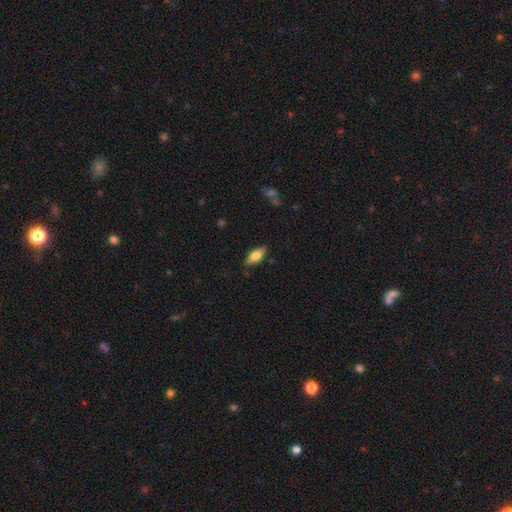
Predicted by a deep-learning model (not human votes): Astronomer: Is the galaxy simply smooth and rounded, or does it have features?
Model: smooth — 67%.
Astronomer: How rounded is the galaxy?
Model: in between — 75%.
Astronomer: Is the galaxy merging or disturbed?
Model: none — 84%.